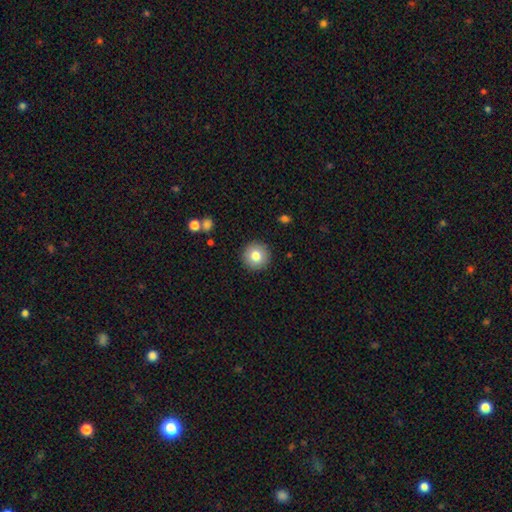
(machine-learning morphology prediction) Q: Smooth or featured?
A: smooth (80%); runner-up: featured or disk (11%)
Q: How rounded?
A: round (96%); runner-up: in between (3%)
Q: Merging?
A: none (91%); runner-up: minor disturbance (6%)